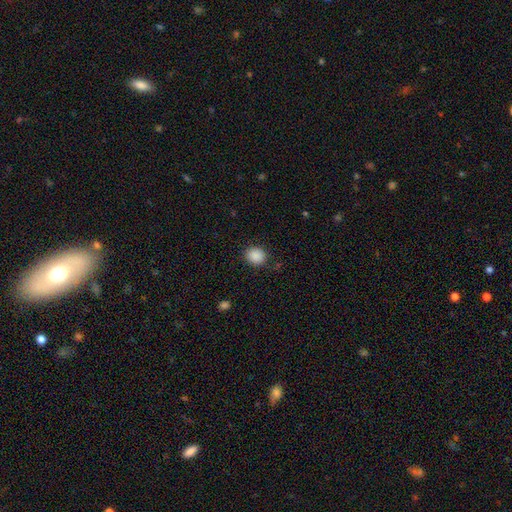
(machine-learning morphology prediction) Smooth or featured? smooth (89%)
How rounded? round (81%)
Merging? none (87%)